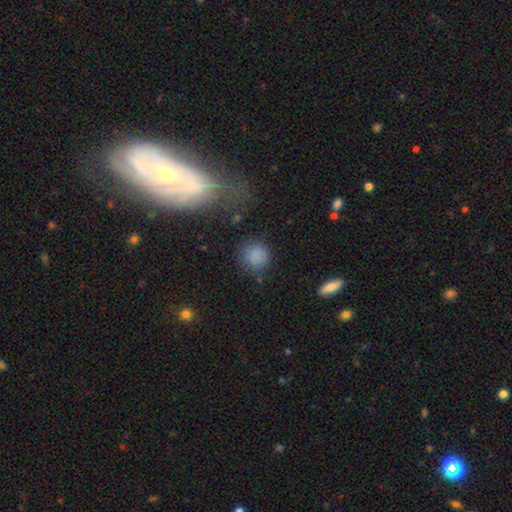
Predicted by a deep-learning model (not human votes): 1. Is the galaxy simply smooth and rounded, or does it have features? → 83% smooth, 11% star or artifact, 5% featured or disk.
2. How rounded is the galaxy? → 91% round, 7% in between, 1% cigar-shaped.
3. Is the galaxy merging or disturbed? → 80% none, 12% minor disturbance, 5% major disturbance, 3% merger.